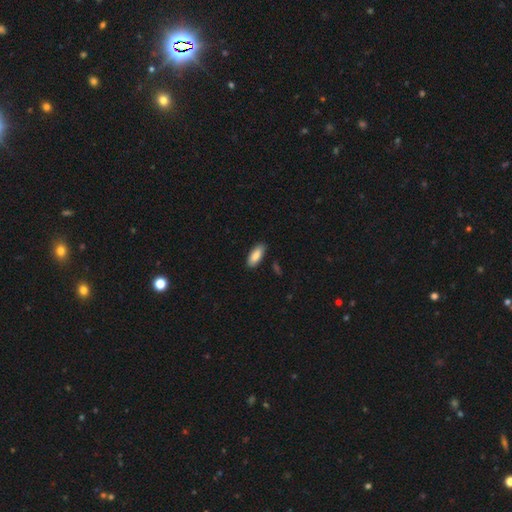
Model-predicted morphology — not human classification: smooth 88%, featured or disk 6%, star or artifact 6%. Down the decision tree: how rounded — in between (82%); merging — none (85%).